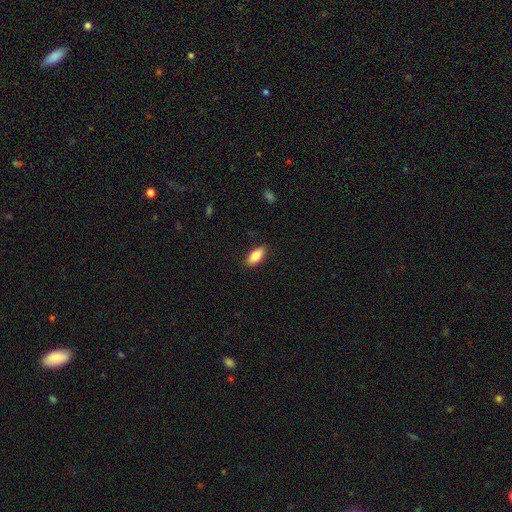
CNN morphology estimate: A smooth galaxy with no disk features (85%) that is in between round and cigar-shaped (89%). Merging: none (87%).